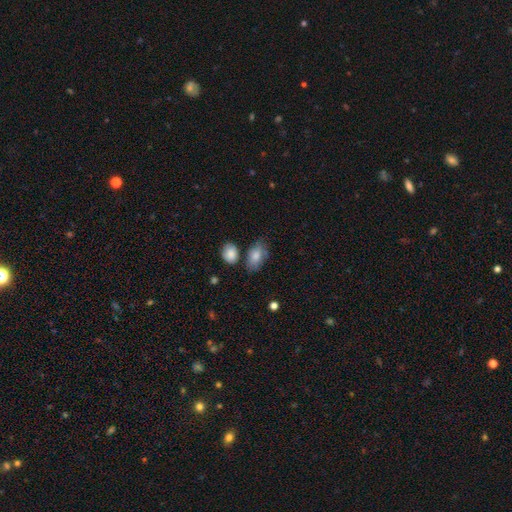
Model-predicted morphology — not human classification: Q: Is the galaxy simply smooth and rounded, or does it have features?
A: smooth — 79%.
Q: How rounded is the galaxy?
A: in between — 90%.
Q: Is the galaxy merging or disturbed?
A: none — 61%.